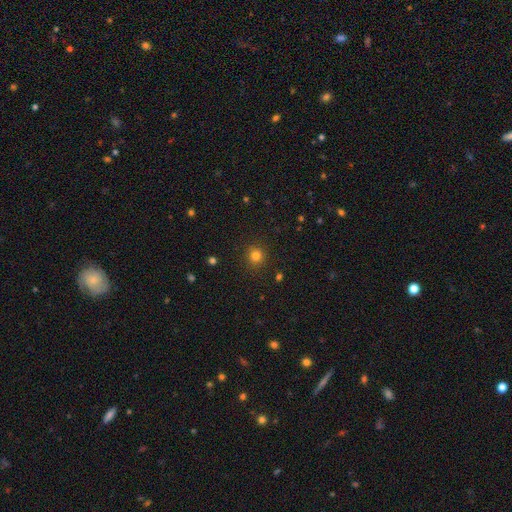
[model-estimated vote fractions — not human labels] smooth_or_featured: smooth (p=0.80) [alt: star or artifact p=0.15]
how_rounded: round (p=0.92) [alt: in between p=0.07]
merging: none (p=0.90) [alt: minor disturbance p=0.06]